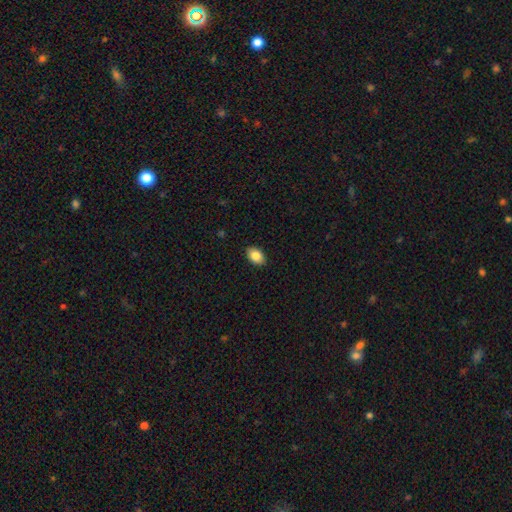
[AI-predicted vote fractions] A smooth galaxy with no disk features (86%) that is in between round and cigar-shaped (84%). Merging: none (89%).